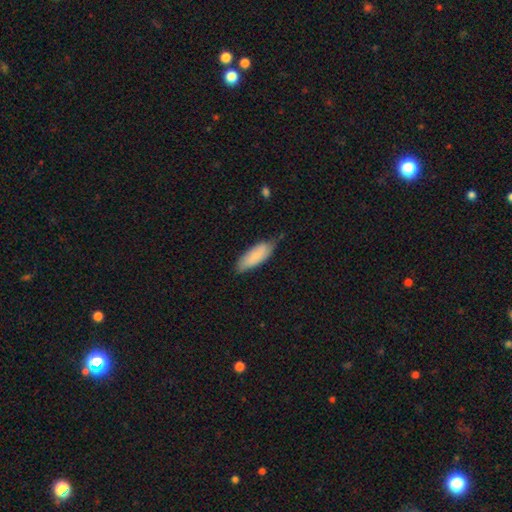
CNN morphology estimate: A smooth galaxy with no disk features (80%) that is in between round and cigar-shaped (69%). Merging: none (63%).